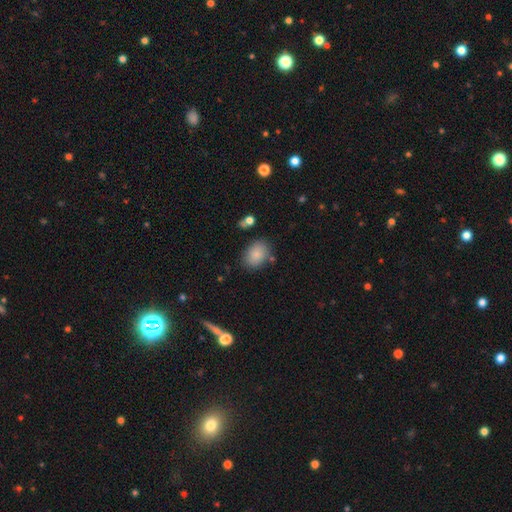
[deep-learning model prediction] Smooth or featured: smooth — 85% (star or artifact — 8%)
How rounded: in between — 76% (round — 23%)
Merging: none — 78% (minor disturbance — 14%)